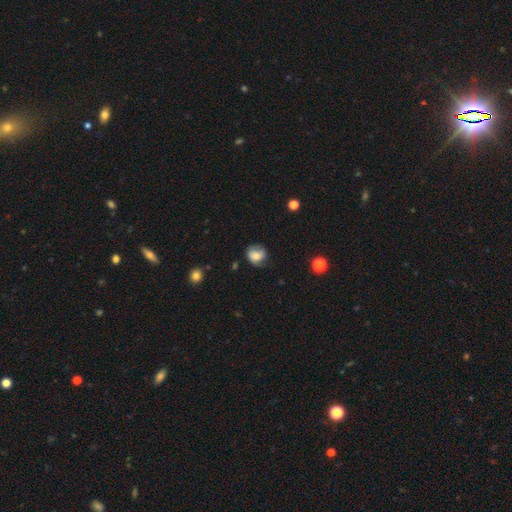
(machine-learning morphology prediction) A smooth galaxy with no disk features (70%) that is round (73%). Merging: none (58%).